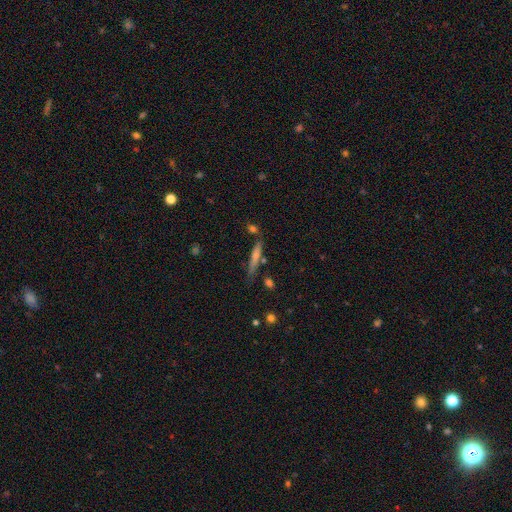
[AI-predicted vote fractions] smooth-or-featured: smooth: 62% | featured or disk: 31% | star or artifact: 7%
  how-rounded: cigar-shaped: 89% | in between: 9% | round: 2%
  merging: none: 69% | minor disturbance: 18% | merger: 8% | major disturbance: 5%